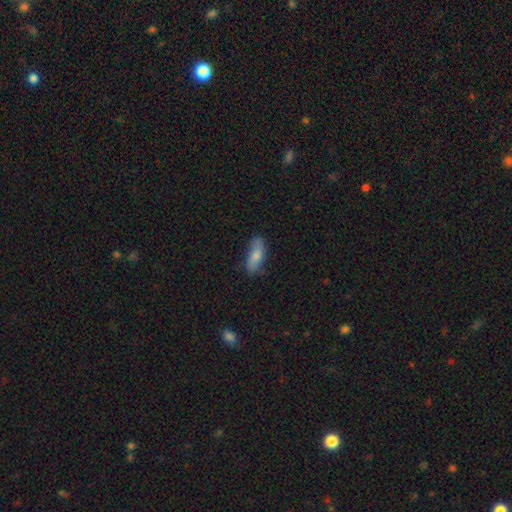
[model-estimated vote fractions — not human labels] smooth-or-featured: smooth: 69% | featured or disk: 24% | star or artifact: 7%
  how-rounded: in between: 71% | cigar-shaped: 26% | round: 3%
  merging: none: 70% | minor disturbance: 23% | major disturbance: 5% | merger: 2%